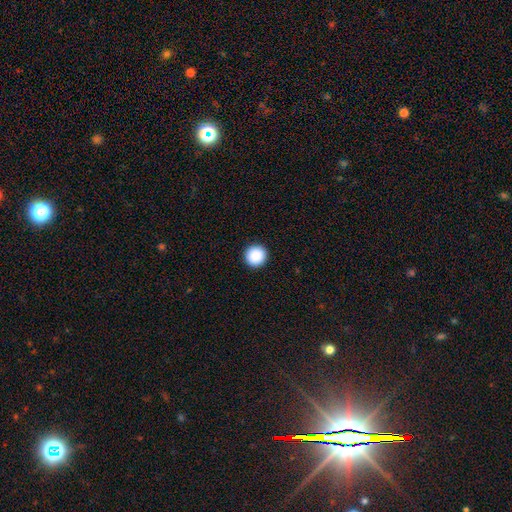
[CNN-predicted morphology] type=smooth (89%); roundness=round (94%); merging=none (93%).